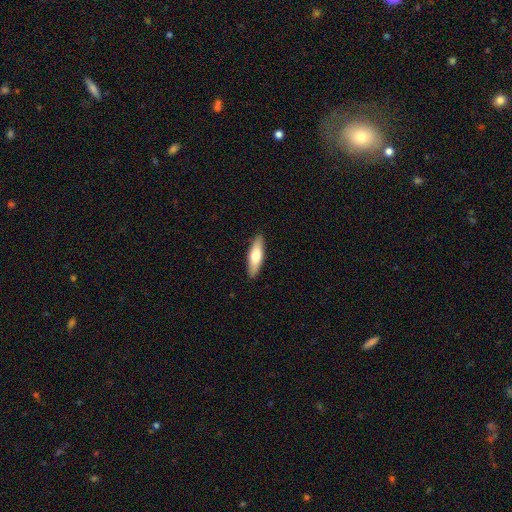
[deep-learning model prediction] Q: Smooth or featured?
A: smooth (66%); runner-up: featured or disk (29%)
Q: How rounded?
A: cigar-shaped (55%); runner-up: in between (43%)
Q: Merging?
A: none (90%); runner-up: minor disturbance (7%)